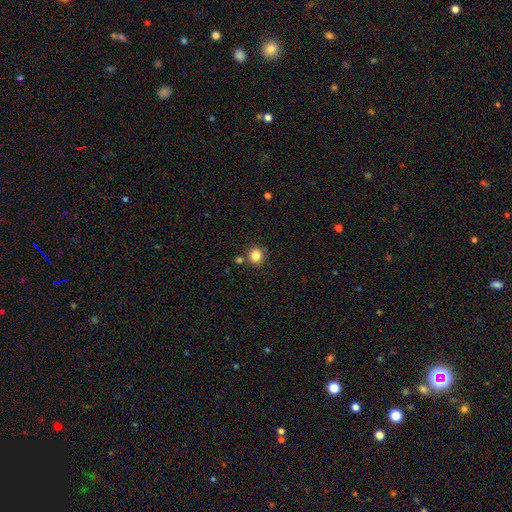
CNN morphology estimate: A smooth galaxy with no disk features (83%) that is round (90%).

Vote fractions:
- Smooth or featured? smooth: 83% / star or artifact: 11% / featured or disk: 5%
- How rounded? round: 90% / in between: 9% / cigar-shaped: 1%
- Merging? none: 81% / minor disturbance: 8% / merger: 8% / major disturbance: 2%